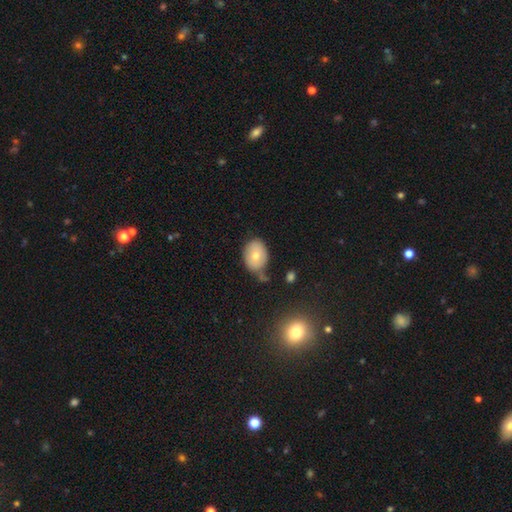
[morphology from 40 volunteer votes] type=smooth (72%); roundness=in between (59%); merging=minor disturbance (43%).